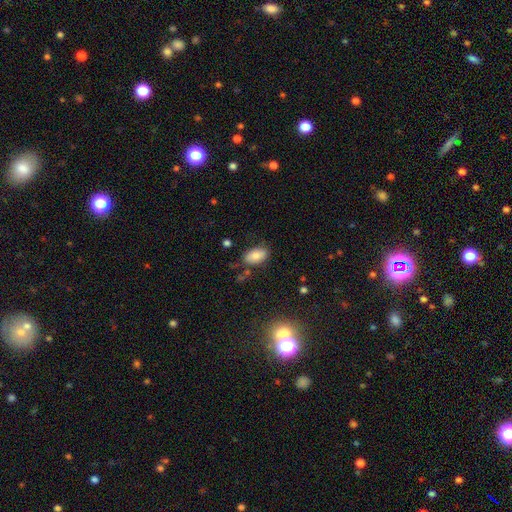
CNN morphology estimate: smooth_or_featured: smooth (p=0.80) [alt: featured or disk p=0.11]
how_rounded: in between (p=0.93) [alt: round p=0.05]
merging: none (p=0.74) [alt: minor disturbance p=0.18]